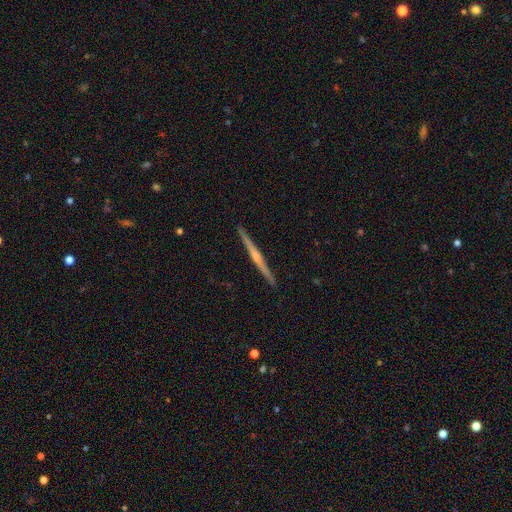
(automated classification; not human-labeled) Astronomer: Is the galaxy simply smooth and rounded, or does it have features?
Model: featured or disk — 77%.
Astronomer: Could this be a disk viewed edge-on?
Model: yes — 99%.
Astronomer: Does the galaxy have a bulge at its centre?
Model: rounded — 70%.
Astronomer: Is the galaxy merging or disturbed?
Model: none — 93%.